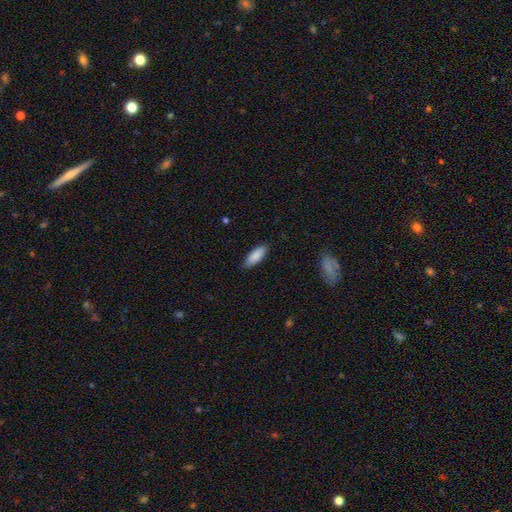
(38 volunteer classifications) Smooth or featured?
  - smooth: 87% *
  - star or artifact: 8%
  - featured or disk: 5%
How rounded?
  - in between: 61% *
  - cigar-shaped: 39%
  - round: 0%
Merging?
  - none: 94% *
  - minor disturbance: 3%
  - merger: 3%
  - major disturbance: 0%